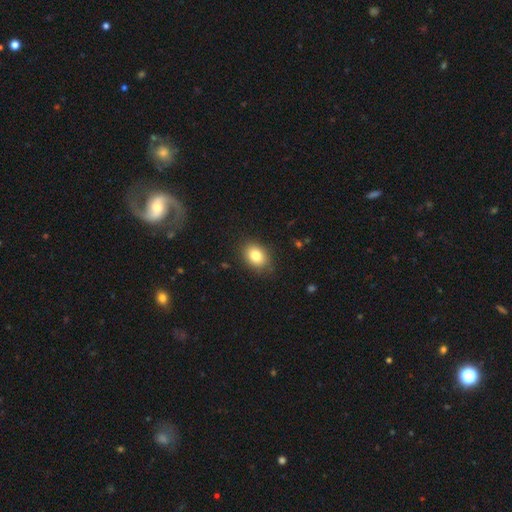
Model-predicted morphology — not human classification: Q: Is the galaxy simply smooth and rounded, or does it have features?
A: smooth — 81%.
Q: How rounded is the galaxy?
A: in between — 62%.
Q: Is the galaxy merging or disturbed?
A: none — 86%.